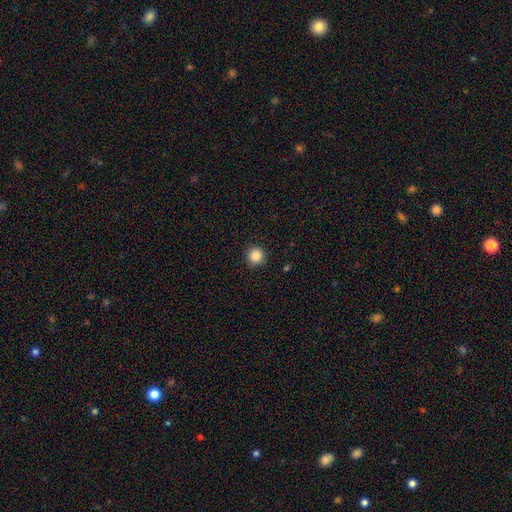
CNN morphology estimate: Smooth or featured? Predicted: smooth (p=0.86). How rounded? Predicted: round (p=0.94). Merging? Predicted: none (p=0.90).